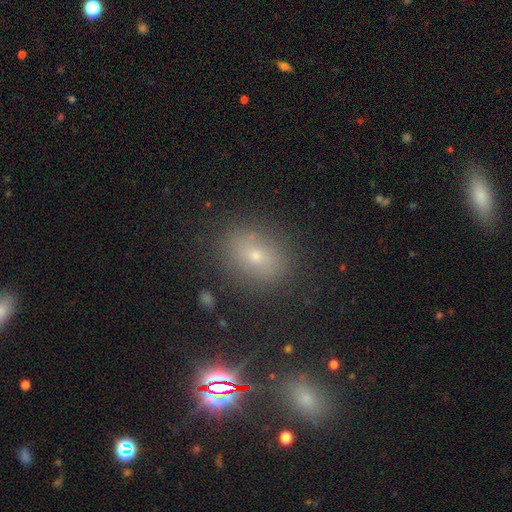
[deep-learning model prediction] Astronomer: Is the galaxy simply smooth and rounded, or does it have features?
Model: smooth — 60%.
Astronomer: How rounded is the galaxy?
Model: in between — 64%.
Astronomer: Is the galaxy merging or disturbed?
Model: none — 83%.